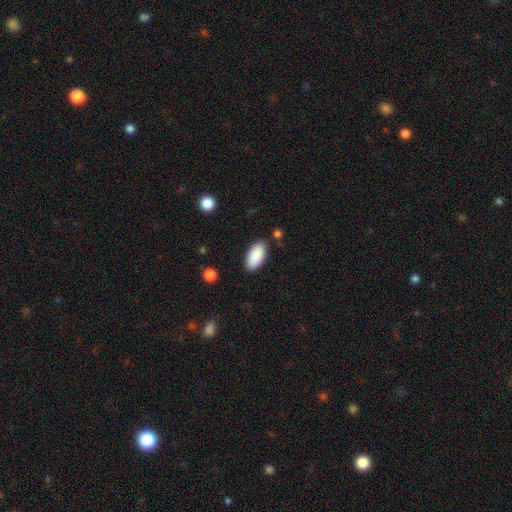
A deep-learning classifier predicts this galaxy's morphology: smooth-or-featured: smooth: 90% | star or artifact: 6% | featured or disk: 4%
  how-rounded: in between: 94% | cigar-shaped: 5% | round: 2%
  merging: none: 85% | minor disturbance: 10% | merger: 3% | major disturbance: 2%